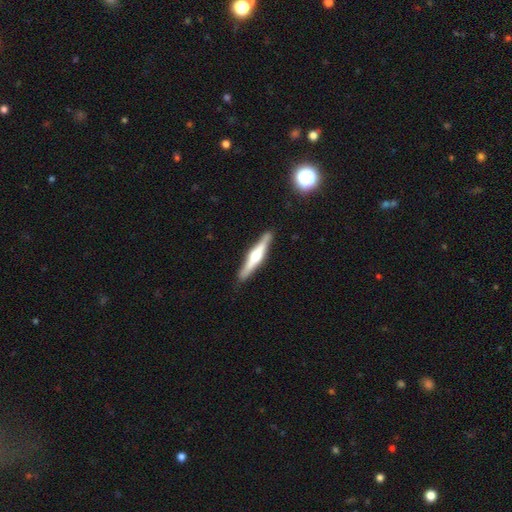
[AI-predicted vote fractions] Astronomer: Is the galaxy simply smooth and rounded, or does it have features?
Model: featured or disk — 67%.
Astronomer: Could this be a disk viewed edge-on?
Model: yes — 97%.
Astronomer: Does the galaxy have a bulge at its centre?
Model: rounded — 81%.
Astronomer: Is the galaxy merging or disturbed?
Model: none — 89%.